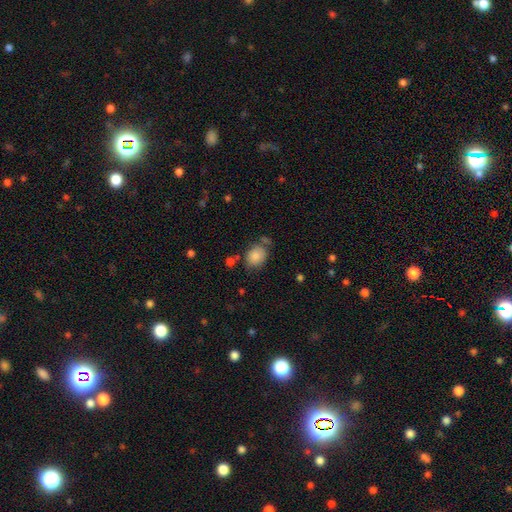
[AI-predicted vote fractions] Smooth or featured? Predicted: smooth (p=0.84). How rounded? Predicted: round (p=0.54). Merging? Predicted: none (p=0.64).